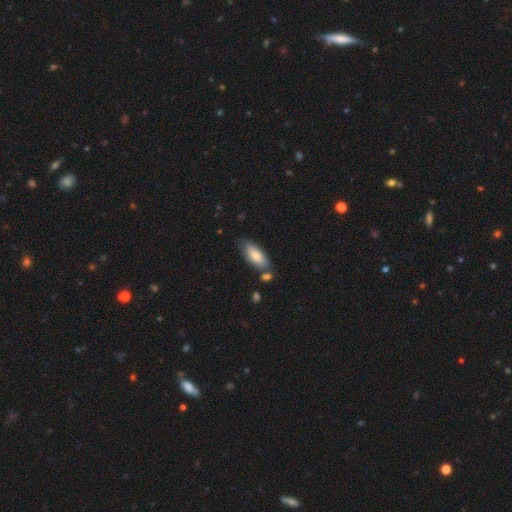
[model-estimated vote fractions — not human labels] Smooth or featured? Predicted: smooth (p=0.82). How rounded? Predicted: in between (p=0.78). Merging? Predicted: none (p=0.68).